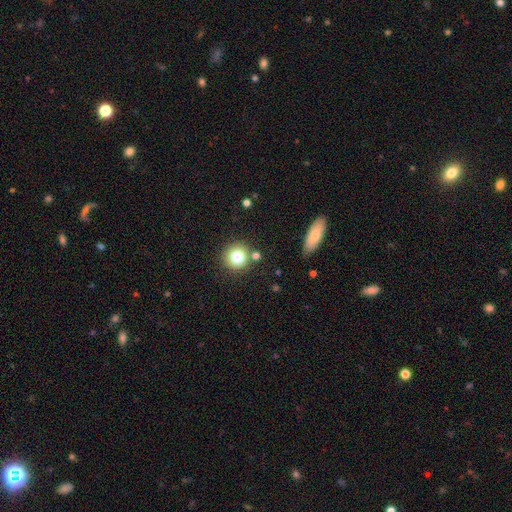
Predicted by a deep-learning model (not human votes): A smooth galaxy with no disk features (74%) that is round (91%). Merging: none (84%).